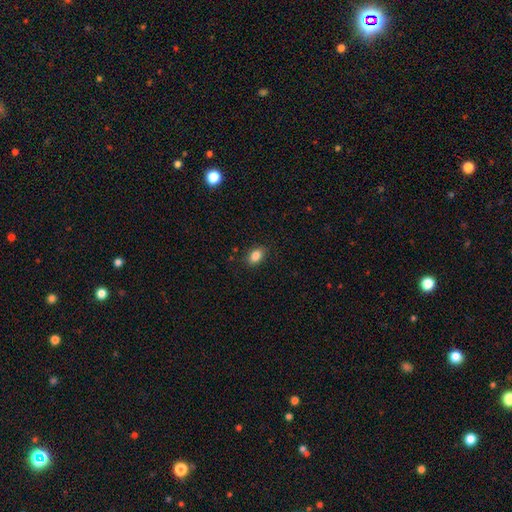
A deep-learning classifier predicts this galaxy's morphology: smooth-or-featured: smooth: 85% | star or artifact: 9% | featured or disk: 6%
  how-rounded: in between: 84% | round: 14% | cigar-shaped: 2%
  merging: none: 86% | minor disturbance: 10% | major disturbance: 2% | merger: 1%